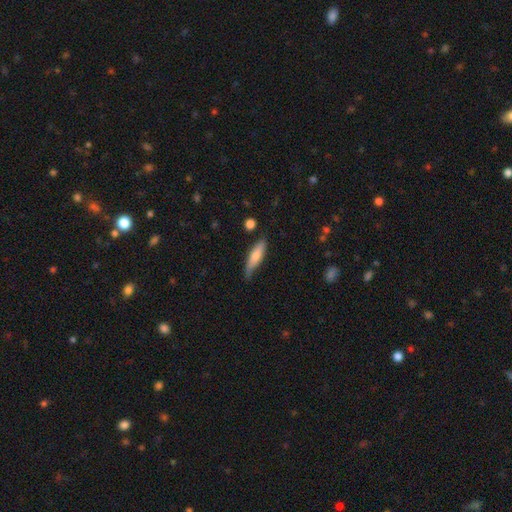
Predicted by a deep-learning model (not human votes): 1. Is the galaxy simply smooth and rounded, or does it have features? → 73% smooth, 22% featured or disk, 6% star or artifact.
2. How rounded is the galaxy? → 67% cigar-shaped, 31% in between, 2% round.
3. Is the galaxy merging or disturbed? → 62% none, 30% minor disturbance, 6% major disturbance, 3% merger.